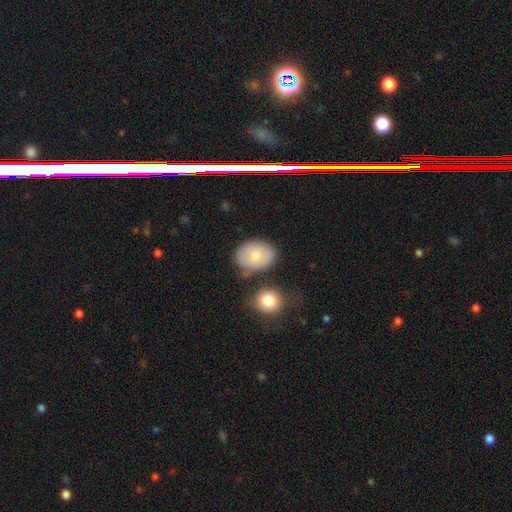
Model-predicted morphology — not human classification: Q: Smooth or featured?
A: smooth (71%); runner-up: featured or disk (22%)
Q: How rounded?
A: in between (63%); runner-up: round (36%)
Q: Merging?
A: none (66%); runner-up: minor disturbance (18%)